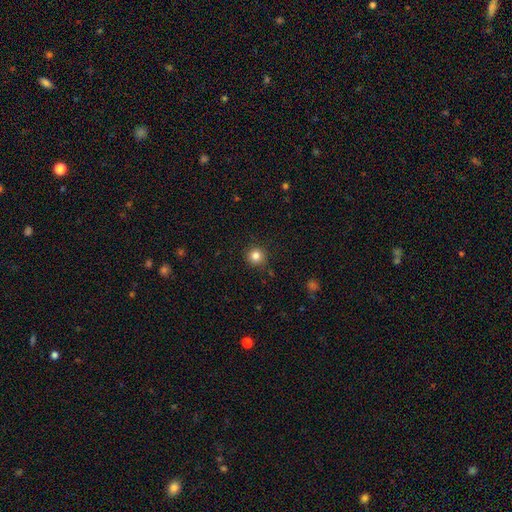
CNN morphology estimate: A smooth galaxy with no disk features (84%) that is round (94%).

Vote fractions:
- Smooth or featured? smooth: 84% / star or artifact: 12% / featured or disk: 5%
- How rounded? round: 94% / in between: 5% / cigar-shaped: 1%
- Merging? none: 90% / minor disturbance: 7% / major disturbance: 2% / merger: 1%